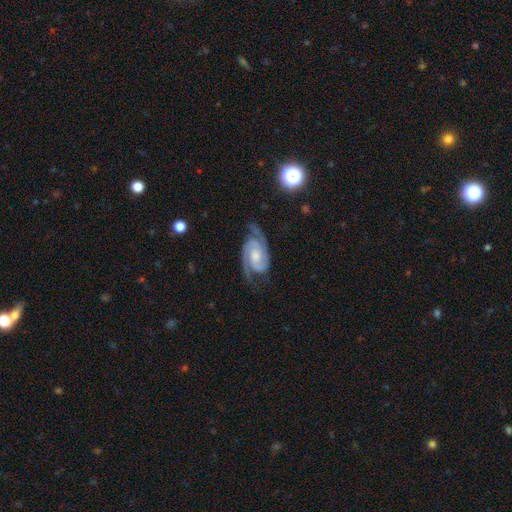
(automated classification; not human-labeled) smooth_or_featured: featured or disk (p=0.90) [alt: smooth p=0.05]
disk_edge_on: no (p=0.97) [alt: yes p=0.03]
bar: no (p=0.57) [alt: weak p=0.34]
has_spiral_arms: yes (p=0.98) [alt: no p=0.02]
spiral_winding: tight (p=0.48) [alt: medium p=0.44]
spiral_arm_count: 2 (p=0.86) [alt: 3 p=0.06]
bulge_size: moderate (p=0.46) [alt: small p=0.34]
merging: none (p=0.69) [alt: minor disturbance p=0.20]